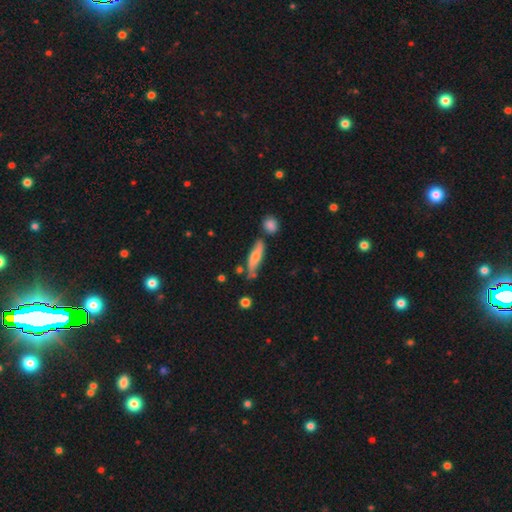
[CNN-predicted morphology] Smooth or featured?
  - smooth: 59% *
  - featured or disk: 34%
  - star or artifact: 7%
How rounded?
  - cigar-shaped: 69% *
  - in between: 29%
  - round: 3%
Merging?
  - none: 58% *
  - minor disturbance: 25%
  - merger: 10%
  - major disturbance: 7%